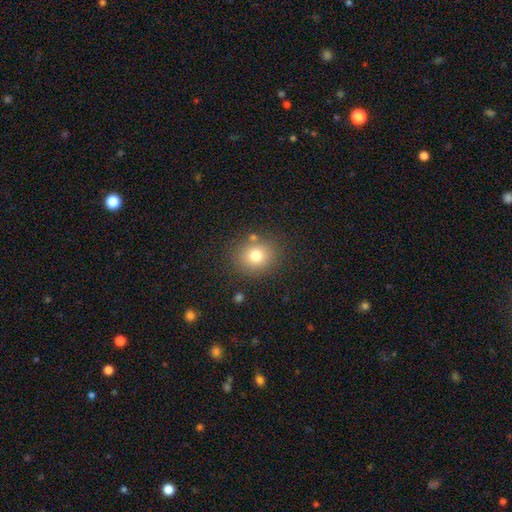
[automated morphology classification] A smooth galaxy with no disk features (77%) that is round (76%). Merging: none (81%).